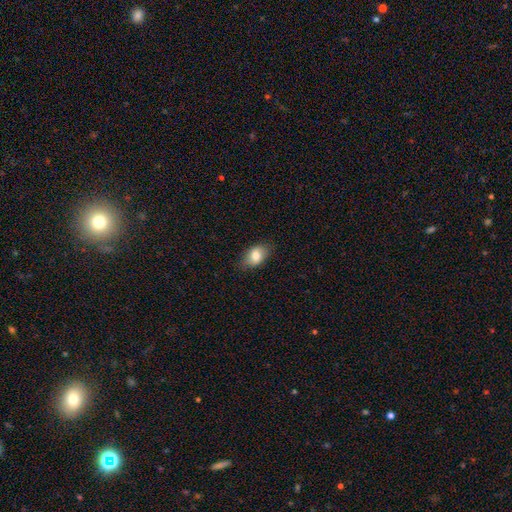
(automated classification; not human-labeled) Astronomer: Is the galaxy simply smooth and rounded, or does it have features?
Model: smooth — 79%.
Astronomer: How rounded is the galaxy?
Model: in between — 84%.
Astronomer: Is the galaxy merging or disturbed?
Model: none — 79%.